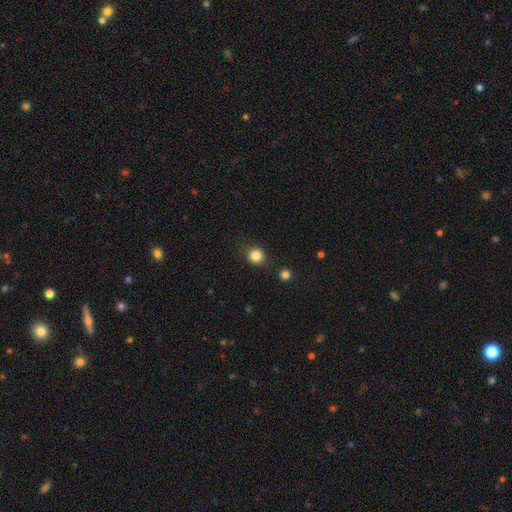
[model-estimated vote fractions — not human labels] A smooth galaxy with no disk features (84%) that is round (88%).

Vote fractions:
- Smooth or featured? smooth: 84% / star or artifact: 12% / featured or disk: 4%
- How rounded? round: 88% / in between: 11% / cigar-shaped: 1%
- Merging? none: 85% / minor disturbance: 9% / major disturbance: 3% / merger: 3%